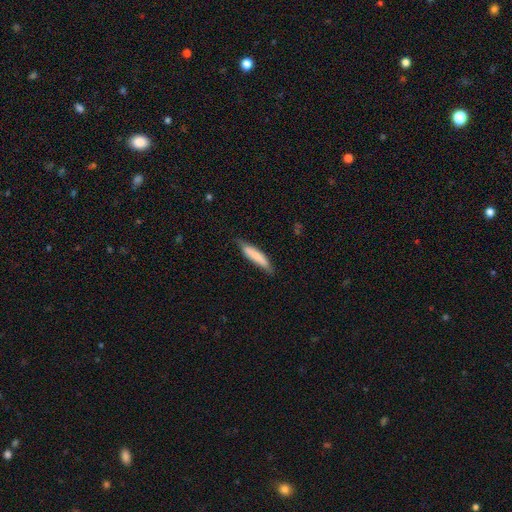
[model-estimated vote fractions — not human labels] smooth-or-featured: smooth: 77% | featured or disk: 17% | star or artifact: 5%
  how-rounded: cigar-shaped: 82% | in between: 16% | round: 1%
  merging: none: 68% | minor disturbance: 26% | major disturbance: 4% | merger: 2%